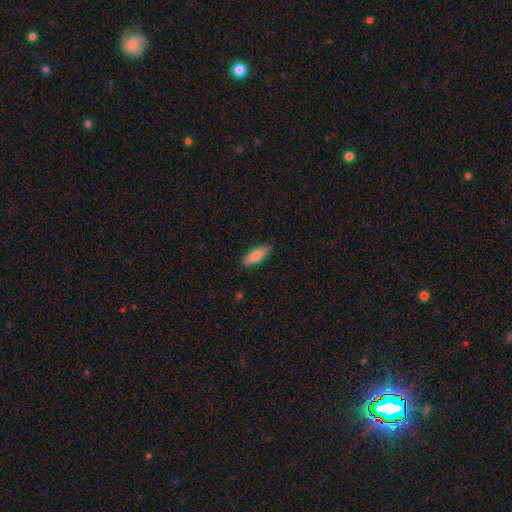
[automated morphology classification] smooth 83%, featured or disk 11%, star or artifact 6%. Down the decision tree: how rounded — in between (68%); merging — none (85%).